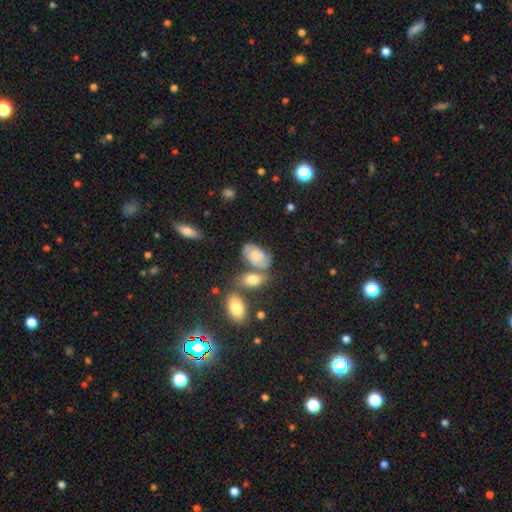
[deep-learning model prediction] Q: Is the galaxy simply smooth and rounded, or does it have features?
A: featured or disk — 51%.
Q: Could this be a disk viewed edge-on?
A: no — 96%.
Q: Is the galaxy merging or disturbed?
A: none — 47%.